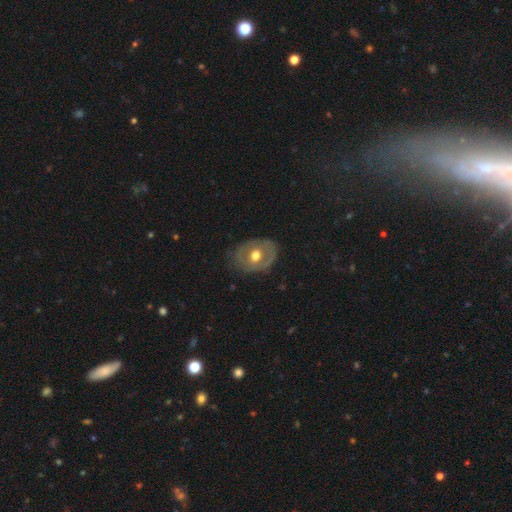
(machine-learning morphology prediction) featured or disk 56%, smooth 38%, star or artifact 6%. Down the decision tree: edge-on disk — no (94%); bar — no (79%); spiral arms — no (73%); bulge size — moderate (76%); merging — none (70%).